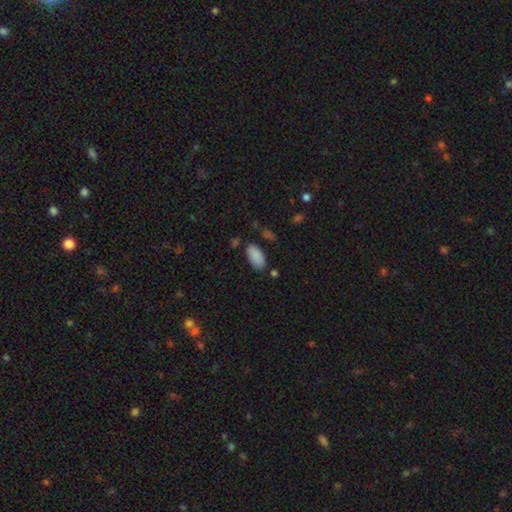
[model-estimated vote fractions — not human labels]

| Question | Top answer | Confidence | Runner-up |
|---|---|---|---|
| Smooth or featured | smooth | 88% | star or artifact (7%) |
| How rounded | in between | 94% | cigar-shaped (4%) |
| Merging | none | 78% | minor disturbance (14%) |